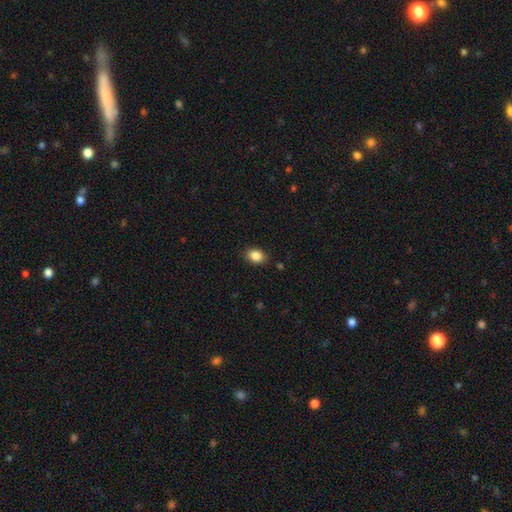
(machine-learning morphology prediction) Smooth or featured: smooth — 86% (star or artifact — 9%)
How rounded: in between — 71% (round — 28%)
Merging: none — 87% (minor disturbance — 10%)